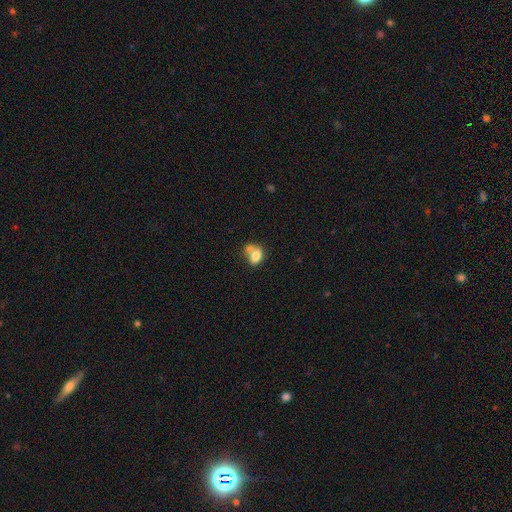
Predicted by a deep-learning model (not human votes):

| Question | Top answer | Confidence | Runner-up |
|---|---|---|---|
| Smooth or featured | smooth | 76% | featured or disk (15%) |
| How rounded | in between | 70% | round (28%) |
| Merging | merger | 53% | none (31%) |